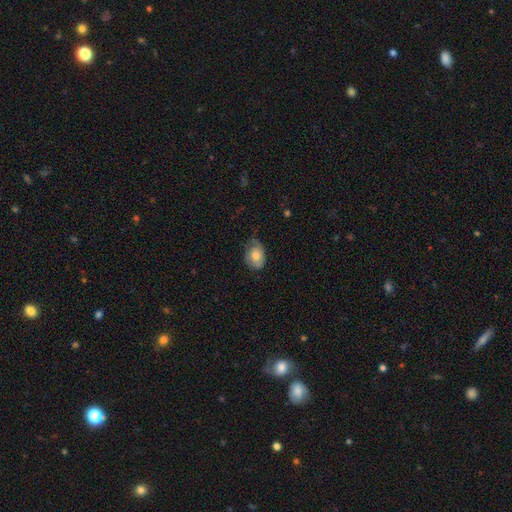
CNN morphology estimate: smooth-or-featured: smooth: 68% | featured or disk: 25% | star or artifact: 7%
  how-rounded: in between: 72% | round: 27% | cigar-shaped: 1%
  merging: none: 51% | minor disturbance: 36% | major disturbance: 12% | merger: 1%